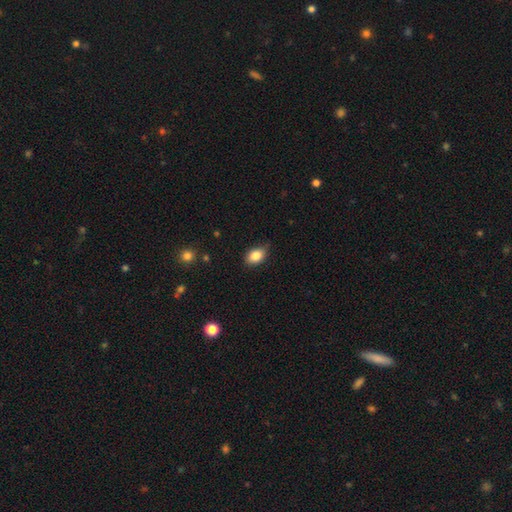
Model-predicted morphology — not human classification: This is clearly a smooth galaxy (84%). How rounded: clearly in between (82%). Merging: clearly none (80%).